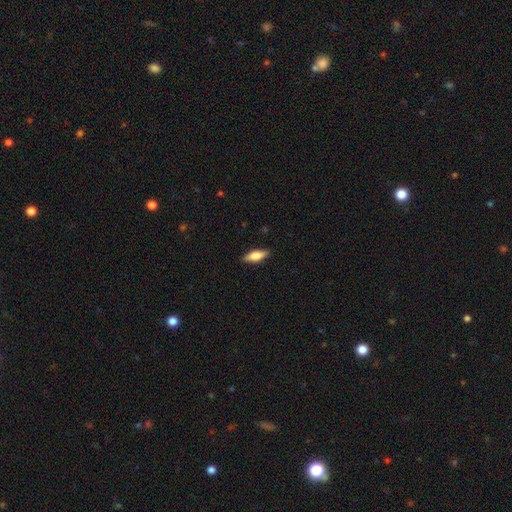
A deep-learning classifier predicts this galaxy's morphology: smooth-or-featured: smooth: 65% | featured or disk: 29% | star or artifact: 6%
  how-rounded: in between: 62% | cigar-shaped: 36% | round: 3%
  merging: none: 88% | minor disturbance: 9% | major disturbance: 2% | merger: 1%